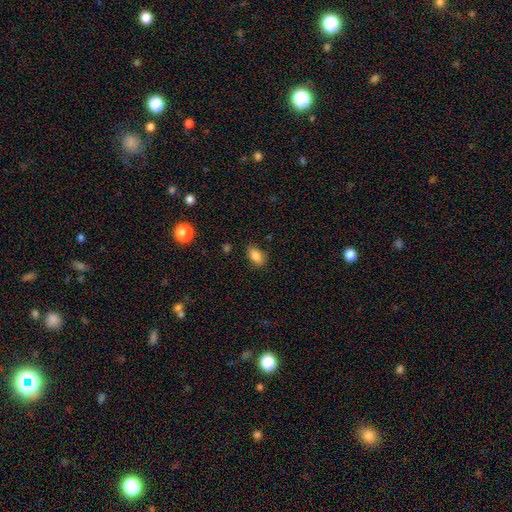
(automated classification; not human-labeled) This is clearly a smooth galaxy (86%). How rounded: clearly in between (88%). Merging: clearly none (80%).